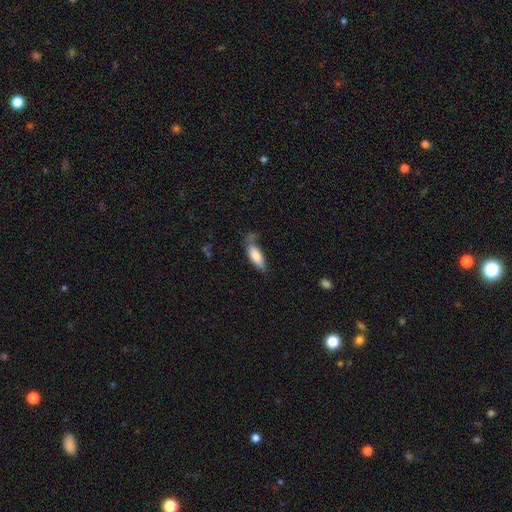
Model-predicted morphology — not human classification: smooth_or_featured: smooth (p=0.79) [alt: featured or disk p=0.15]
how_rounded: in between (p=0.70) [alt: cigar-shaped p=0.28]
merging: none (p=0.44) [alt: minor disturbance p=0.33]